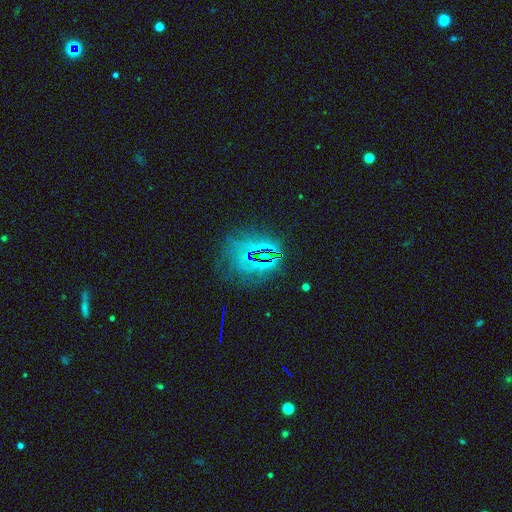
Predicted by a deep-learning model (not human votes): Smooth or featured? Predicted: star or artifact (p=0.55).